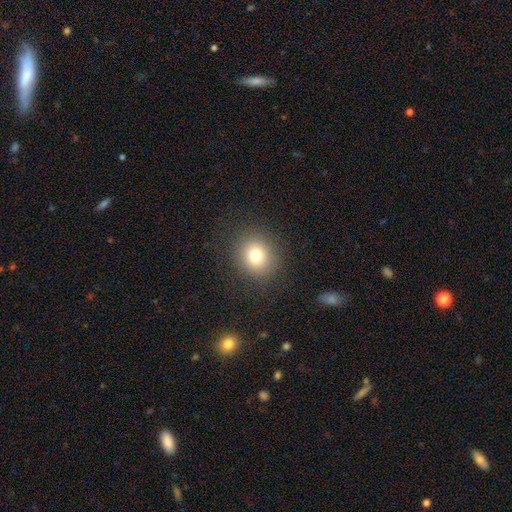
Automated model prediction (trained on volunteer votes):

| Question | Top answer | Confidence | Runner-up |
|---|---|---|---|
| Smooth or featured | smooth | 77% | star or artifact (14%) |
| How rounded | round | 84% | in between (15%) |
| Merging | none | 88% | minor disturbance (7%) |